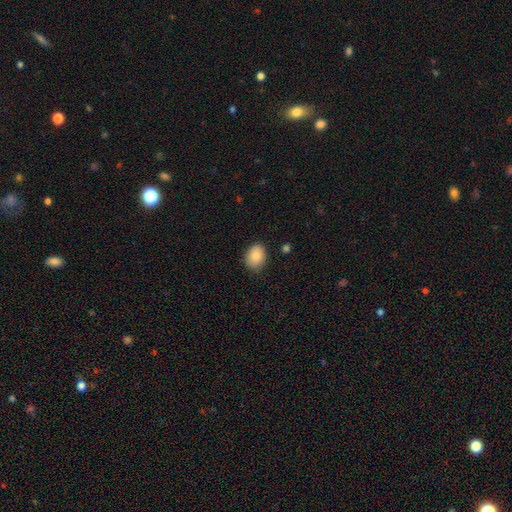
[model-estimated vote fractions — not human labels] Morphology: type=smooth (86%); roundness=in between (60%); merging=none (85%).